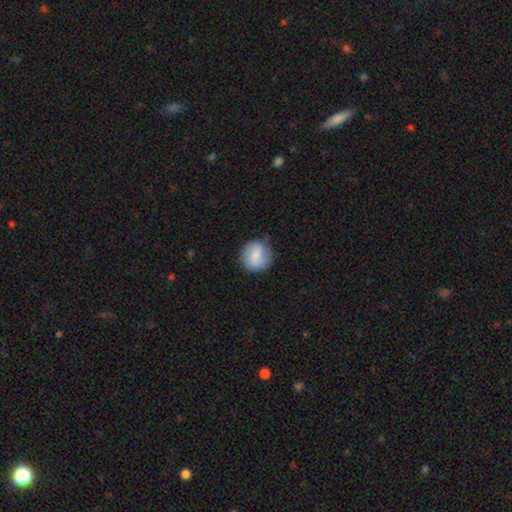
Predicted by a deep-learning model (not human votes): Smooth or featured: smooth — 68% (featured or disk — 25%)
How rounded: round — 90% (in between — 9%)
Merging: none — 78% (minor disturbance — 17%)